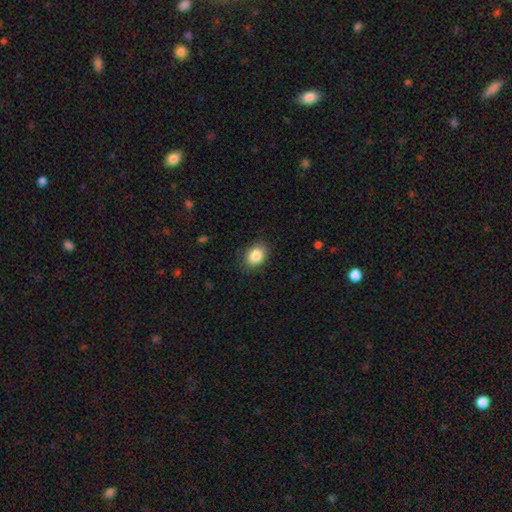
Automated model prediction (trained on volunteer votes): Smooth or featured? Predicted: smooth (p=0.86). How rounded? Predicted: in between (p=0.66). Merging? Predicted: none (p=0.84).